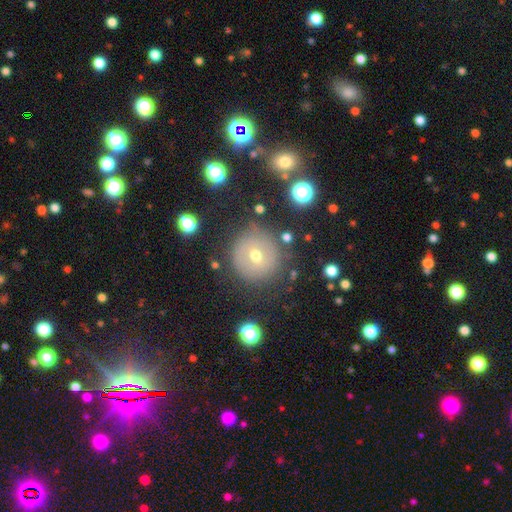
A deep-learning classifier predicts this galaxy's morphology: This appears to be a smooth galaxy with no disk features (56%) that is round (94%). Merging: none (78%).